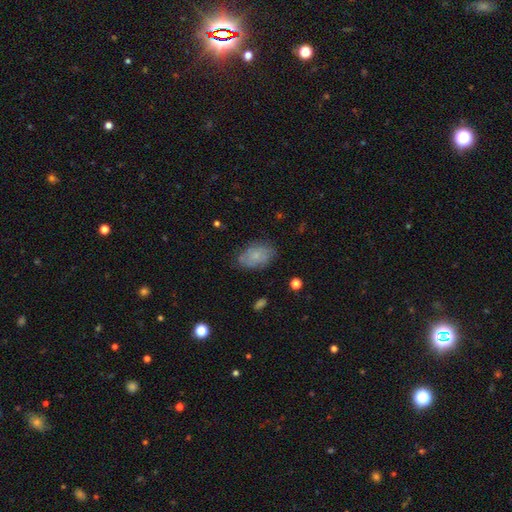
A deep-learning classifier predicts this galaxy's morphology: smooth-or-featured: smooth: 63% | featured or disk: 29% | star or artifact: 8%
  how-rounded: in between: 88% | round: 10% | cigar-shaped: 2%
  merging: none: 72% | minor disturbance: 21% | major disturbance: 6% | merger: 2%